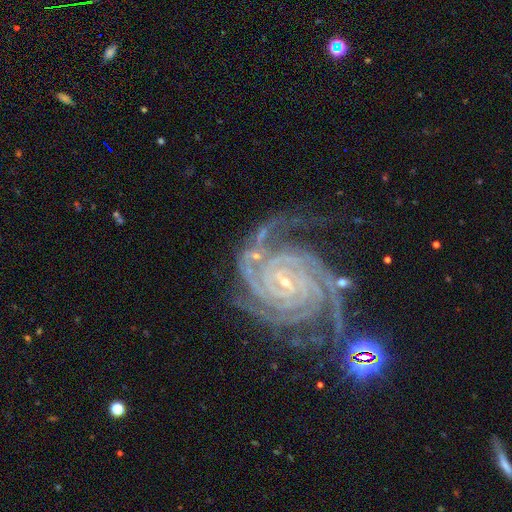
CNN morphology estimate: smooth_or_featured: featured or disk (p=0.90) [alt: star or artifact p=0.06]
disk_edge_on: no (p=0.98) [alt: yes p=0.02]
bar: weak (p=0.40) [alt: strong p=0.30]
has_spiral_arms: yes (p=0.98) [alt: no p=0.02]
spiral_winding: tight (p=0.77) [alt: medium p=0.19]
spiral_arm_count: 2 (p=0.26) [alt: 3 p=0.21]
bulge_size: small (p=0.74) [alt: moderate p=0.21]
merging: none (p=0.60) [alt: minor disturbance p=0.19]